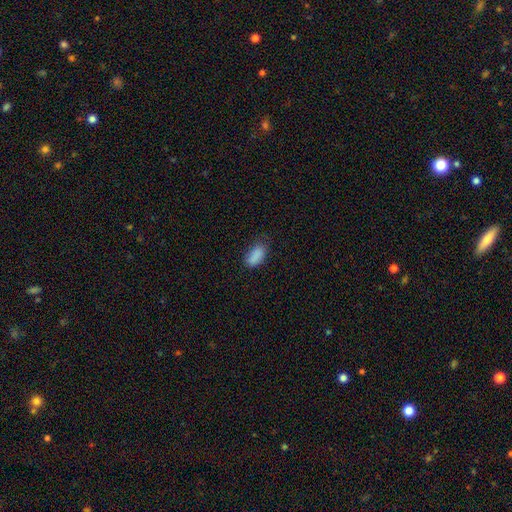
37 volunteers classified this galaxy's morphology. Volunteers were most divided on "merging": none: 51%, minor disturbance: 37%, major disturbance: 6%, merger: 6%. More confident: smooth or featured — smooth (89%); how rounded — in between (88%).